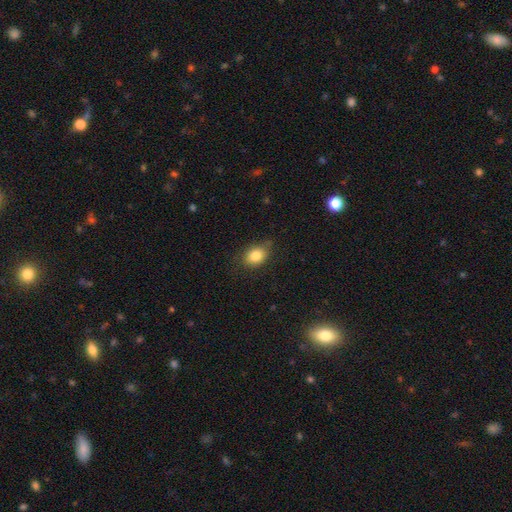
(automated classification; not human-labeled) Smooth or featured?
  - smooth: 83% *
  - star or artifact: 9%
  - featured or disk: 8%
How rounded?
  - in between: 68% *
  - round: 31%
  - cigar-shaped: 1%
Merging?
  - none: 76% *
  - minor disturbance: 19%
  - major disturbance: 4%
  - merger: 1%